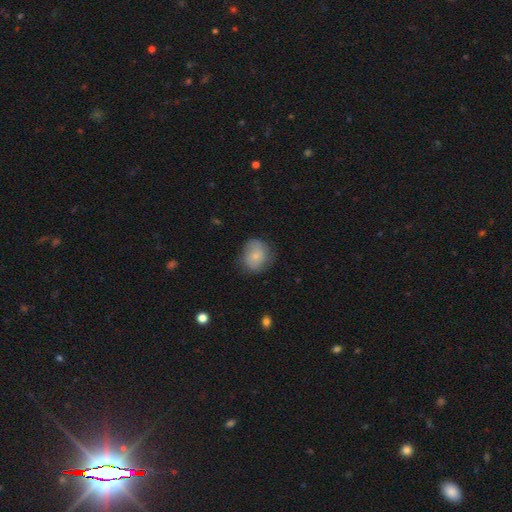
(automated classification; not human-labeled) Smooth or featured: smooth — 72% (featured or disk — 21%)
How rounded: round — 76% (in between — 23%)
Merging: none — 70% (minor disturbance — 22%)